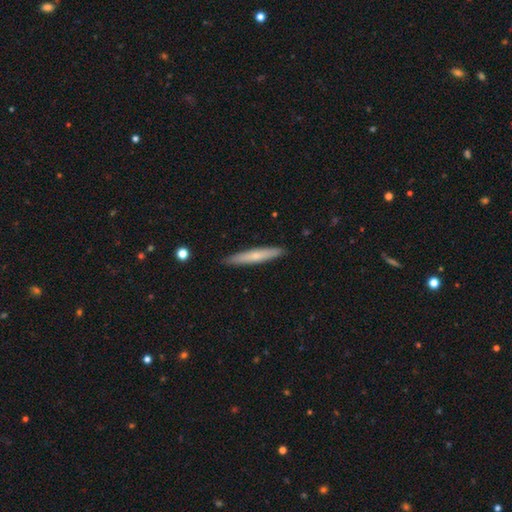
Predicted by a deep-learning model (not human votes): A smooth galaxy with no disk features (60%) that is cigar-shaped (94%).

Vote fractions:
- Smooth or featured? smooth: 60% / featured or disk: 34% / star or artifact: 6%
- How rounded? cigar-shaped: 94% / in between: 5% / round: 1%
- Merging? none: 90% / minor disturbance: 7% / major disturbance: 1% / merger: 1%